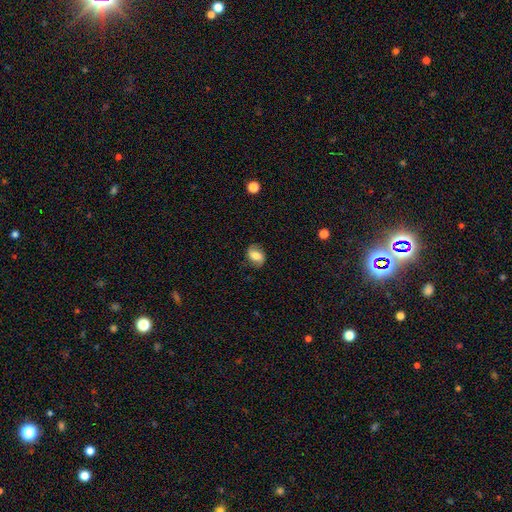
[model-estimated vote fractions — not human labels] Smooth or featured? smooth (54%)
How rounded? in between (70%)
Merging? none (76%)